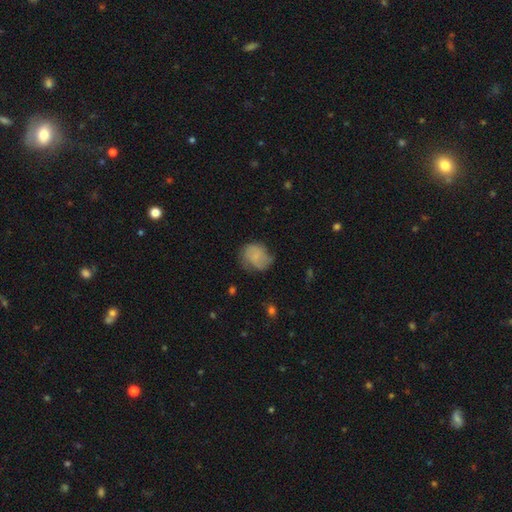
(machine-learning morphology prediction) This is possibly a smooth galaxy (57%). How rounded: likely round (62%). Merging: possibly none (55%).